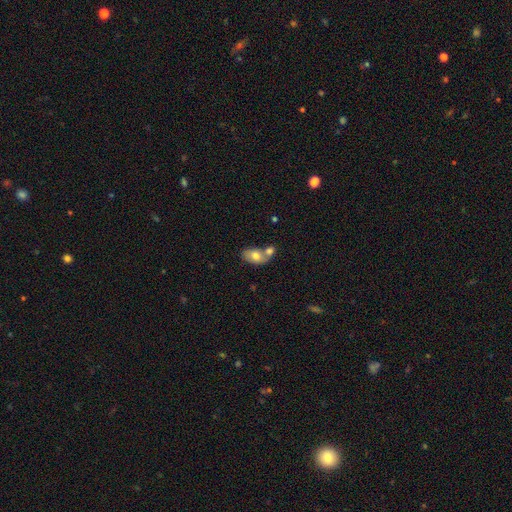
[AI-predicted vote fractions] Smooth or featured?
  - smooth: 72% *
  - featured or disk: 20%
  - star or artifact: 7%
How rounded?
  - in between: 86% *
  - round: 13%
  - cigar-shaped: 2%
Merging?
  - merger: 50% *
  - none: 35%
  - minor disturbance: 11%
  - major disturbance: 4%